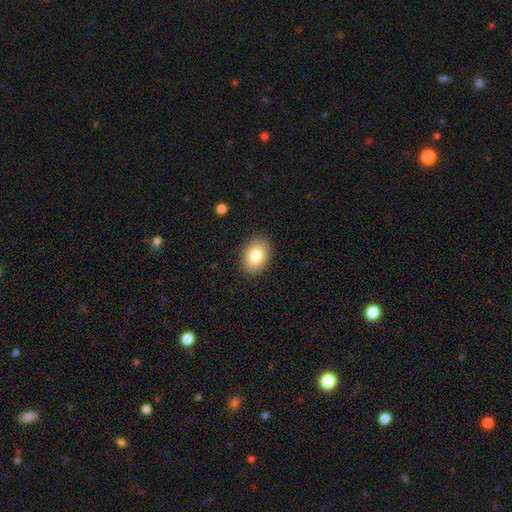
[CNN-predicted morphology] Overall: smooth (82%). How rounded: in between (80%). Merging: none (89%).